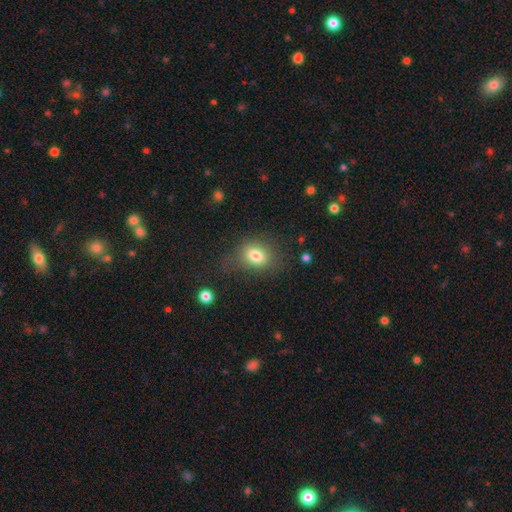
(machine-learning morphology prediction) Q: Smooth or featured?
A: smooth (78%); runner-up: star or artifact (11%)
Q: How rounded?
A: in between (58%); runner-up: round (40%)
Q: Merging?
A: none (65%); runner-up: minor disturbance (20%)